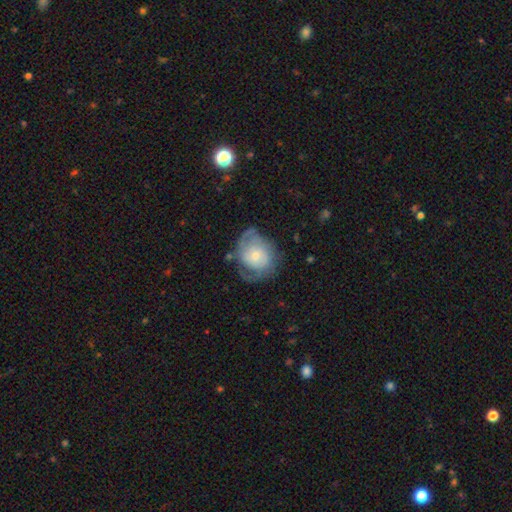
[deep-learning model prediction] smooth-or-featured: featured or disk: 65% | smooth: 29% | star or artifact: 6%
  disk-edge-on: no: 97% | yes: 3%
    bar: no: 76% | weak: 20% | strong: 4%
    has-spiral-arms: yes: 80% | no: 20%
    bulge-size: small: 63% | moderate: 30% | large: 3% | none: 2% | dominant: 1%
  merging: none: 52% | minor disturbance: 26% | major disturbance: 19% | merger: 3%